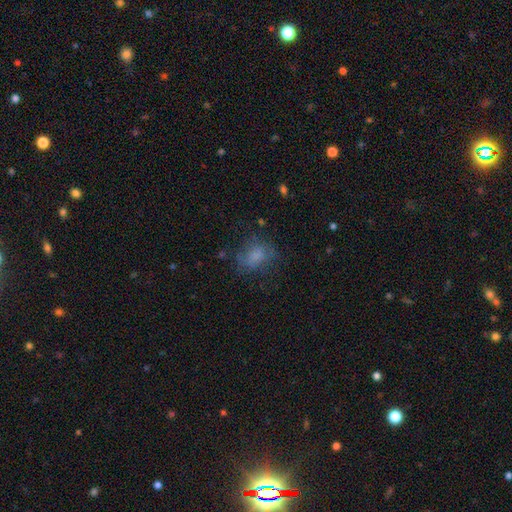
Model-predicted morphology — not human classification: The model was most divided on "how rounded": in between: 60%, round: 39%, cigar-shaped: 2%. More confident: smooth or featured — smooth (69%); merging — none (60%).